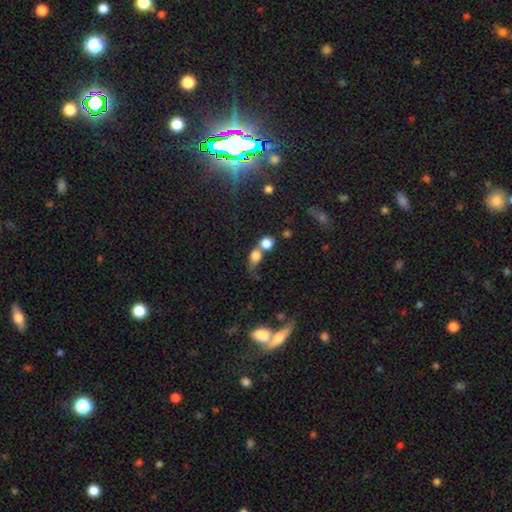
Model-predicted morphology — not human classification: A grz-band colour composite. It shows a smooth galaxy with no disk features (75%) that is round (50%). Merging: merger (48%).